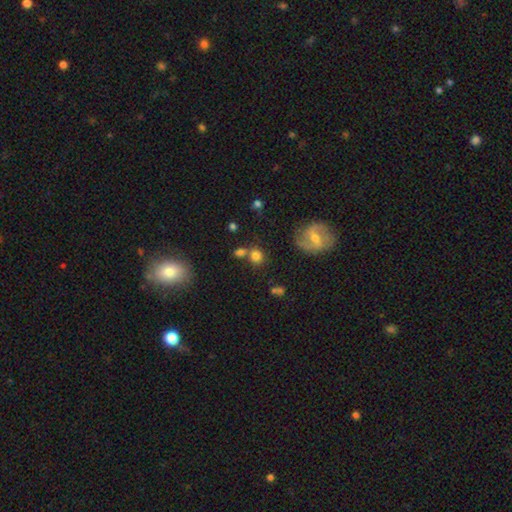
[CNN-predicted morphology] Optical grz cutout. It shows a smooth galaxy with no disk features (74%) that is round (79%). Merging: none (60%).